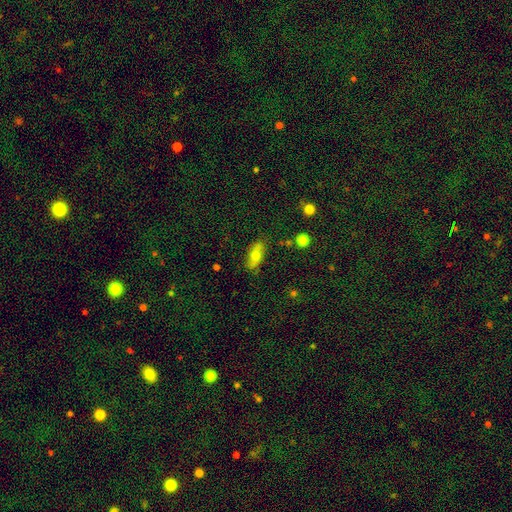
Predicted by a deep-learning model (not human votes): Overall: smooth (61%; featured or disk 30%). How rounded: in between (78%). Merging: none (79%).